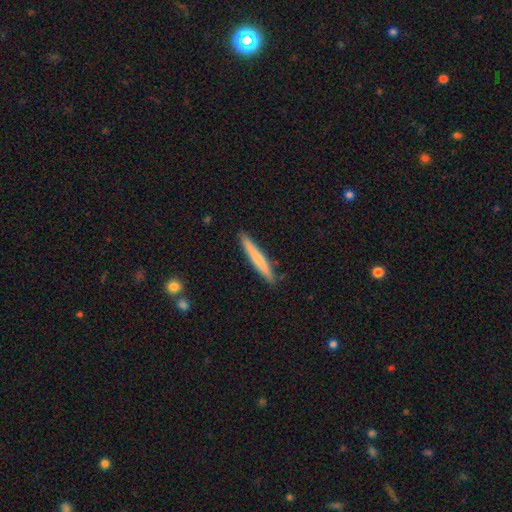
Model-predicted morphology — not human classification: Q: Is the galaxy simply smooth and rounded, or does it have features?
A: smooth — 69%.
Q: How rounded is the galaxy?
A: cigar-shaped — 96%.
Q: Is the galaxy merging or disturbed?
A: none — 89%.